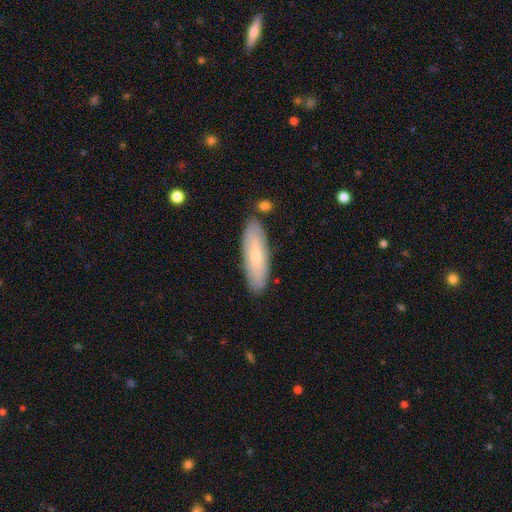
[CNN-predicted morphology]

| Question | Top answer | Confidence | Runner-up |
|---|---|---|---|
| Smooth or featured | smooth | 61% | featured or disk (33%) |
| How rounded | cigar-shaped | 56% | in between (42%) |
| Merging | none | 84% | minor disturbance (11%) |